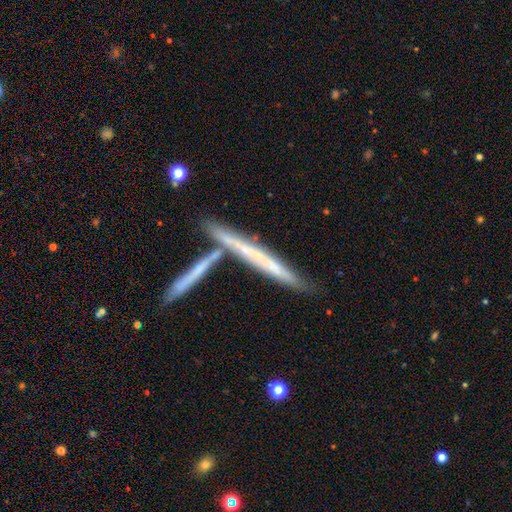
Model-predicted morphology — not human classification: Smooth or featured?
  - featured or disk: 59% *
  - smooth: 34%
  - star or artifact: 7%
Edge-on disk?
  - yes: 93% *
  - no: 7%
Edge-on bulge?
  - none: 84% *
  - rounded: 11%
  - boxy: 5%
Merging?
  - none: 65% *
  - merger: 20%
  - minor disturbance: 11%
  - major disturbance: 3%